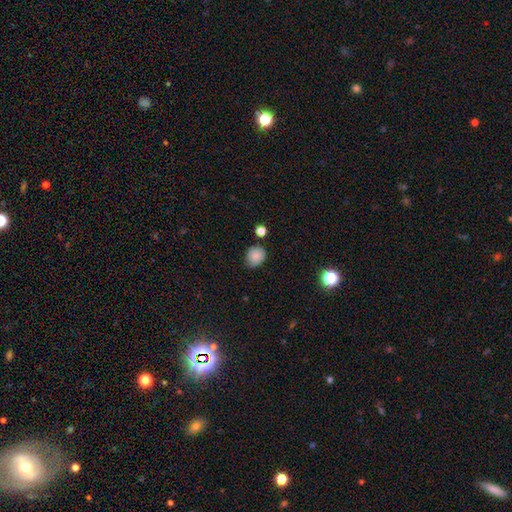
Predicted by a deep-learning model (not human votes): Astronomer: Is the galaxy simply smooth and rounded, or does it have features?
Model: smooth — 84%.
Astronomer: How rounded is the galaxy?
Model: round — 61% (runner-up: in between, 39%).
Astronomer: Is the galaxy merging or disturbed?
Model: none — 73%.